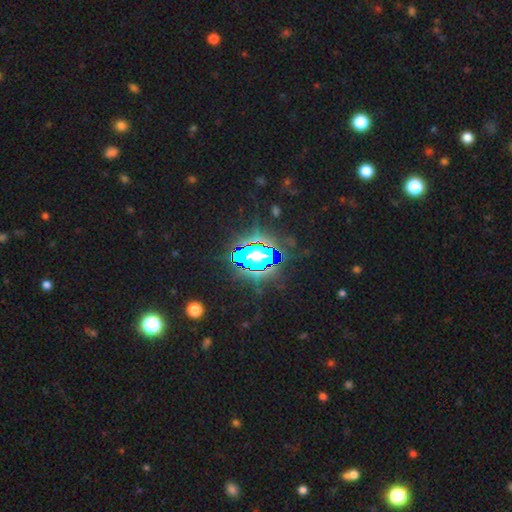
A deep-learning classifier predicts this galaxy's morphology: smooth-or-featured: star or artifact: 72% | smooth: 16% | featured or disk: 12%